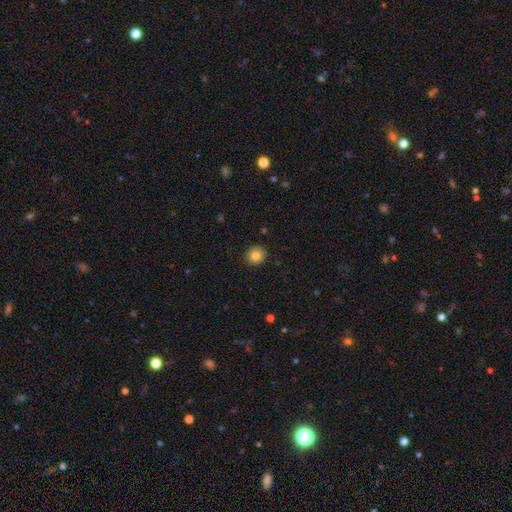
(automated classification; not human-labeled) Smooth or featured? Predicted: smooth (p=0.84). How rounded? Predicted: round (p=0.89). Merging? Predicted: none (p=0.91).